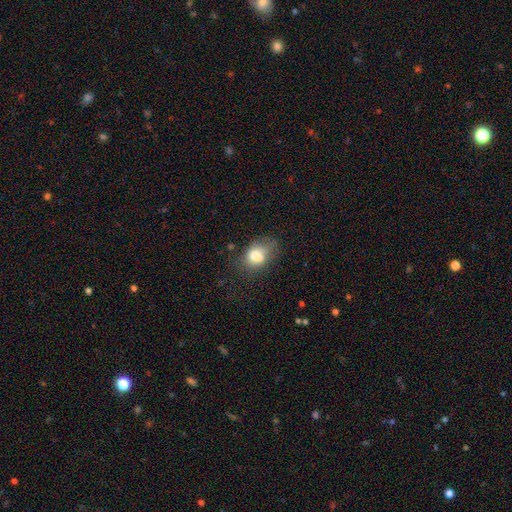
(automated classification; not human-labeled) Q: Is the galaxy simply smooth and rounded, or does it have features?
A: smooth — 74%.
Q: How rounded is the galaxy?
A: in between — 69%.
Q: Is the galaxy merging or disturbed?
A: none — 39%.